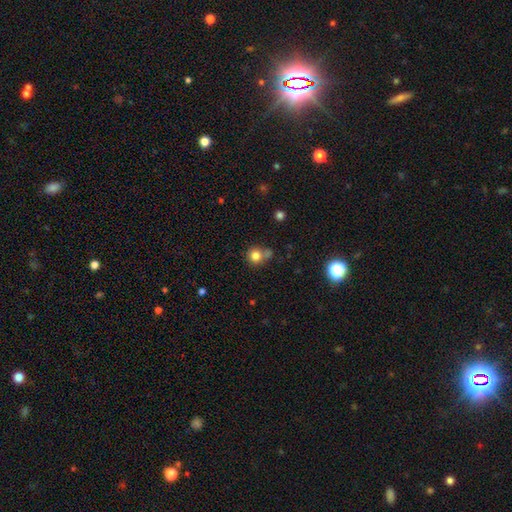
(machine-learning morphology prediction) Smooth or featured? Predicted: smooth (p=0.81). How rounded? Predicted: round (p=0.90). Merging? Predicted: none (p=0.58).